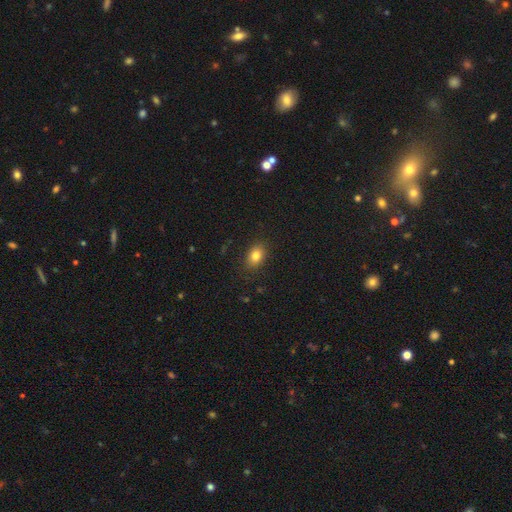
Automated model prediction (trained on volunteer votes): smooth_or_featured: smooth (p=0.82) [alt: star or artifact p=0.10]
how_rounded: in between (p=0.74) [alt: round p=0.25]
merging: none (p=0.86) [alt: minor disturbance p=0.10]